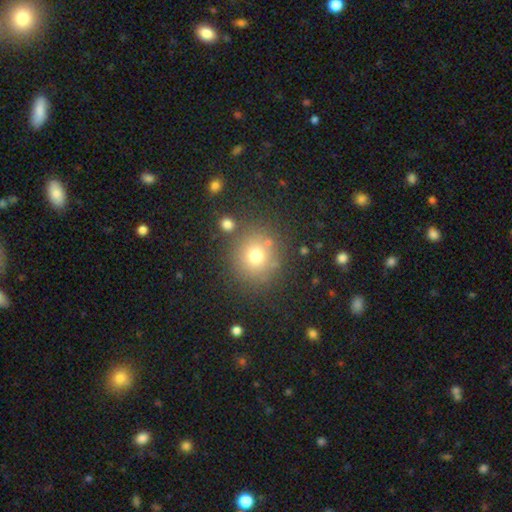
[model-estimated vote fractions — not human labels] Smooth or featured? smooth (72%)
How rounded? round (88%)
Merging? none (81%)